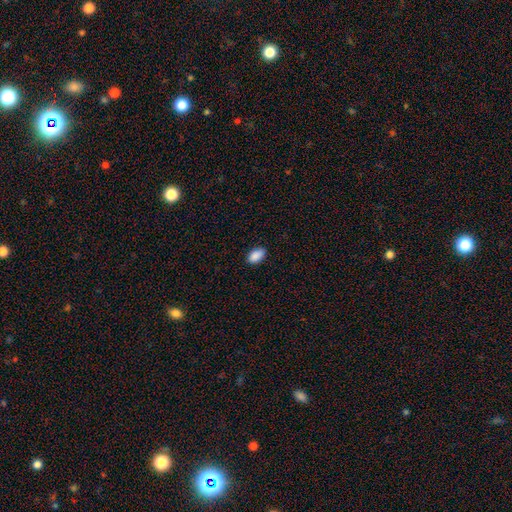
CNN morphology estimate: The model was most divided on "merging": none: 86%, minor disturbance: 11%, major disturbance: 2%, merger: 1%. More confident: how rounded — in between (92%); smooth or featured — smooth (89%).